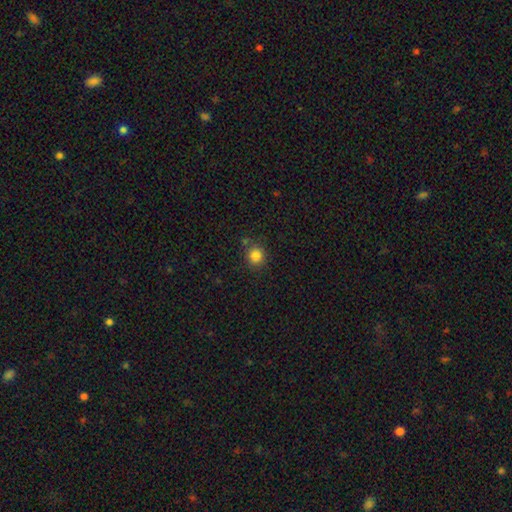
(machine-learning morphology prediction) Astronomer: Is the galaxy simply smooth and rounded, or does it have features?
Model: smooth — 83%.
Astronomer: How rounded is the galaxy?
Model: round — 88%.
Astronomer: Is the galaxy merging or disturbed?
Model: none — 81%.